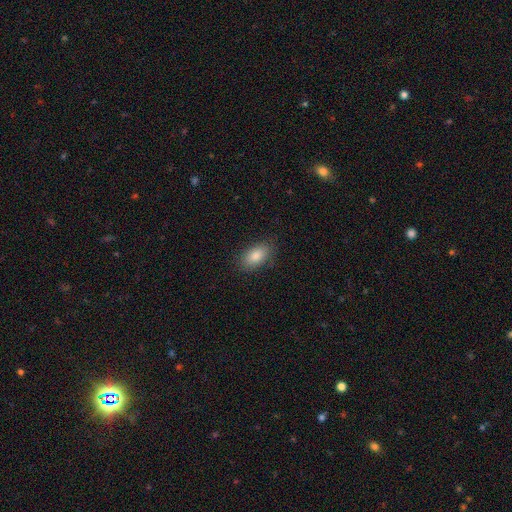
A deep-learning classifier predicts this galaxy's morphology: Smooth or featured?
  - smooth: 85% *
  - featured or disk: 8%
  - star or artifact: 7%
How rounded?
  - in between: 91% *
  - round: 6%
  - cigar-shaped: 3%
Merging?
  - none: 86% *
  - minor disturbance: 11%
  - major disturbance: 3%
  - merger: 1%